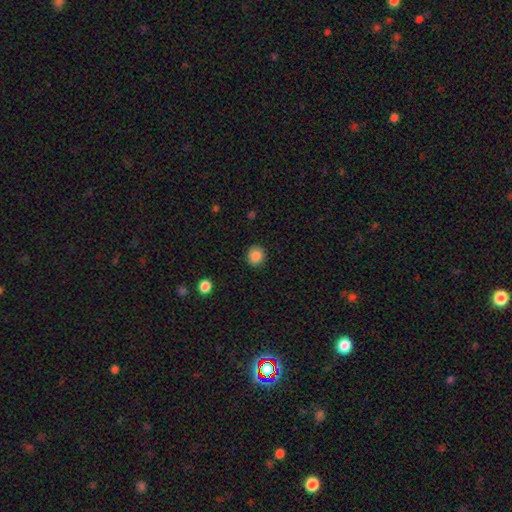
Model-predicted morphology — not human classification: Smooth or featured: smooth — 86% (star or artifact — 10%)
How rounded: round — 88% (in between — 11%)
Merging: none — 90% (minor disturbance — 7%)